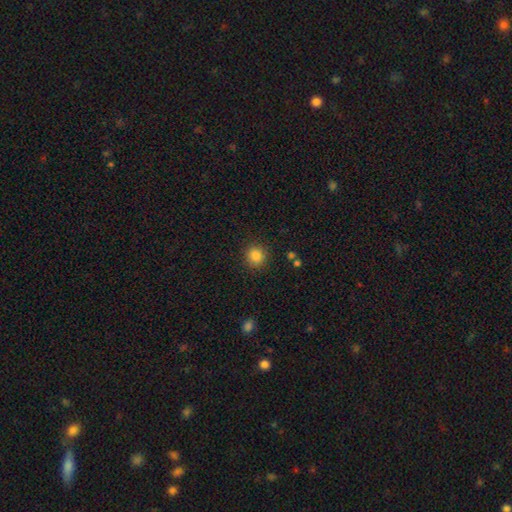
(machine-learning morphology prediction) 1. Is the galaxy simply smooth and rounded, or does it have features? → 85% smooth, 11% star or artifact, 4% featured or disk.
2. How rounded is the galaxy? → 91% round, 8% in between, 1% cigar-shaped.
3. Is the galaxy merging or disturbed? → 90% none, 6% minor disturbance, 2% major disturbance, 2% merger.